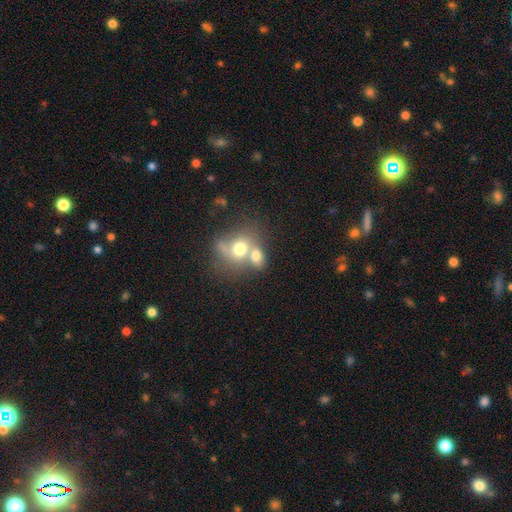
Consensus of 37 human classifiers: Q: Smooth or featured?
A: smooth (73%); runner-up: featured or disk (24%)
Q: How rounded?
A: in between (59%); runner-up: round (41%)
Q: Merging?
A: merger (56%); runner-up: none (25%)